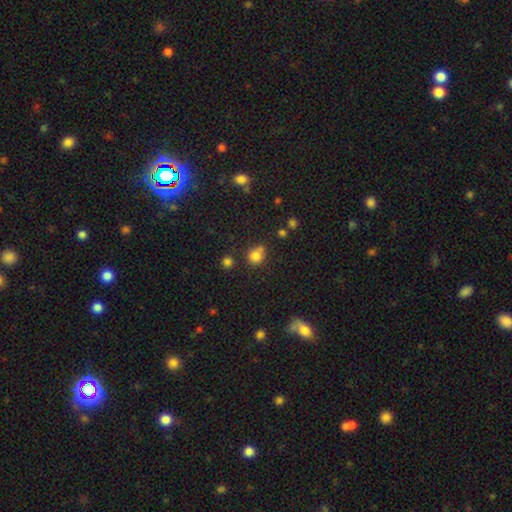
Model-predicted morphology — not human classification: Smooth or featured?
  - smooth: 79% *
  - star or artifact: 14%
  - featured or disk: 7%
How rounded?
  - round: 78% *
  - in between: 21%
  - cigar-shaped: 1%
Merging?
  - none: 57% *
  - merger: 22%
  - minor disturbance: 15%
  - major disturbance: 5%